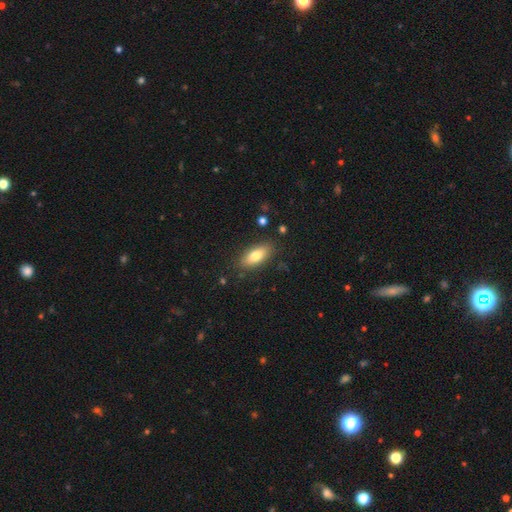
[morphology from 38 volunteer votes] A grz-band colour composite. It shows a smooth galaxy with no disk features (79%) that is in between round and cigar-shaped (90%). Merging: none (89%).